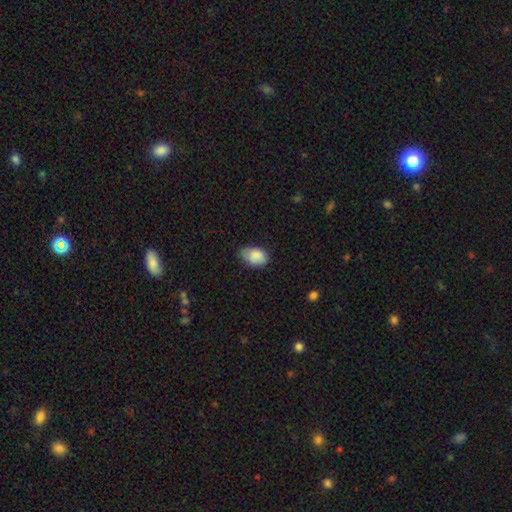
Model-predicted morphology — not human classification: Smooth or featured: smooth — 87% (star or artifact — 7%)
How rounded: in between — 87% (round — 11%)
Merging: none — 61% (minor disturbance — 32%)